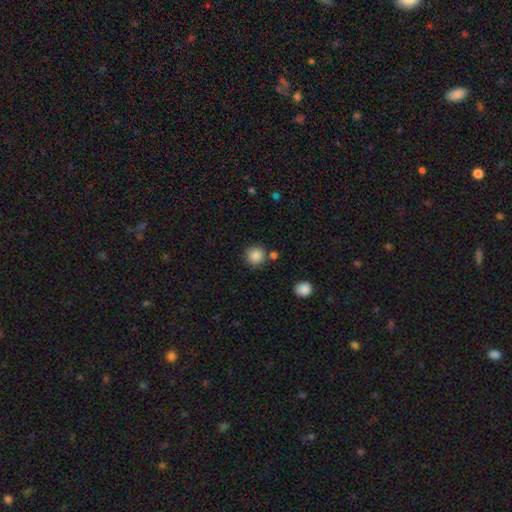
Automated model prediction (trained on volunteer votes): smooth_or_featured: smooth (p=0.86) [alt: star or artifact p=0.09]
how_rounded: round (p=0.92) [alt: in between p=0.07]
merging: none (p=0.80) [alt: minor disturbance p=0.09]